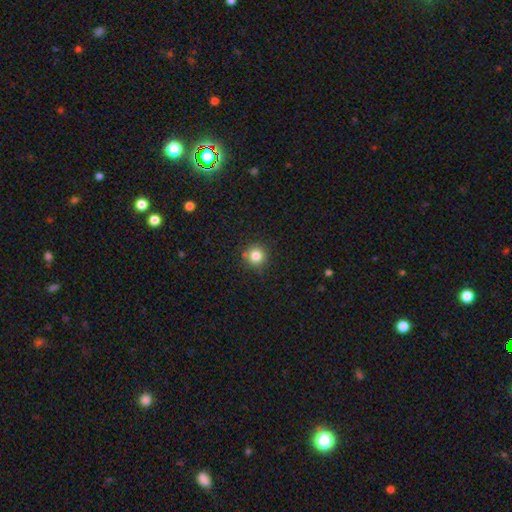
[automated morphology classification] smooth 83%, star or artifact 12%, featured or disk 5%. Down the decision tree: how rounded — round (94%); merging — none (85%).